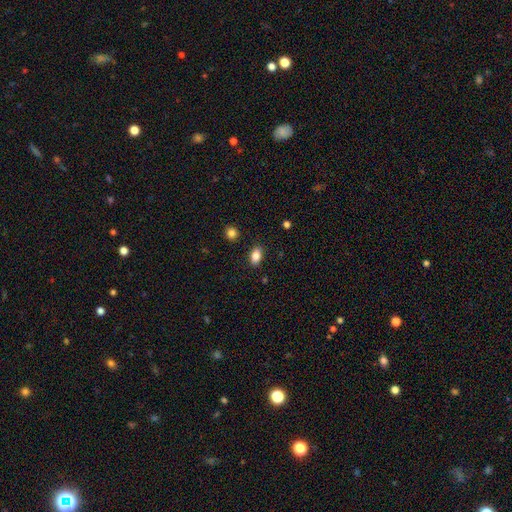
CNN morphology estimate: Overall: smooth (85%). How rounded: in between (87%). Merging: none (87%).